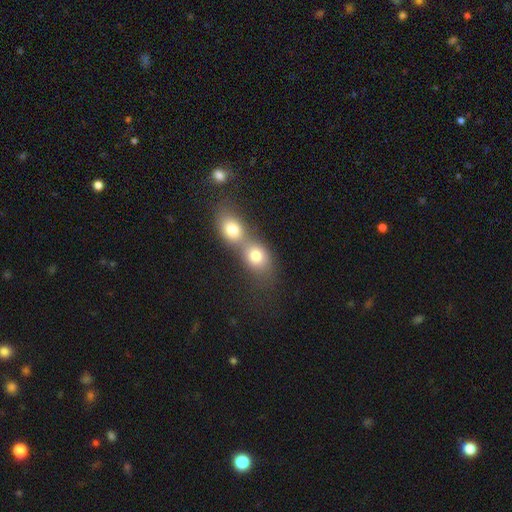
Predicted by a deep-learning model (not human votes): Overall: smooth (78%). How rounded: round (52%; in between 46%). Merging: merger (72%).